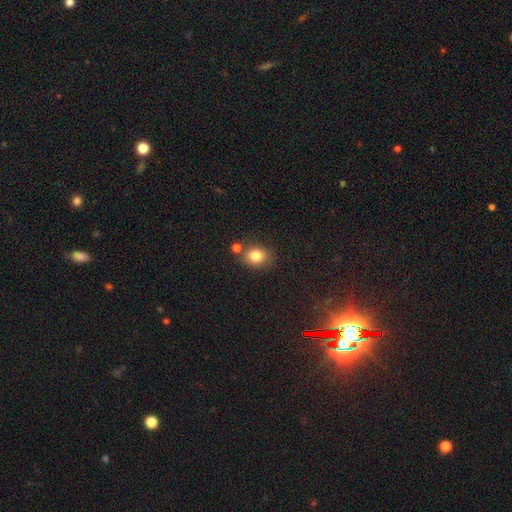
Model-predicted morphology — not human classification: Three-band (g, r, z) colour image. It shows a smooth galaxy with no disk features (80%) that is round (56%). Merging: none (72%).